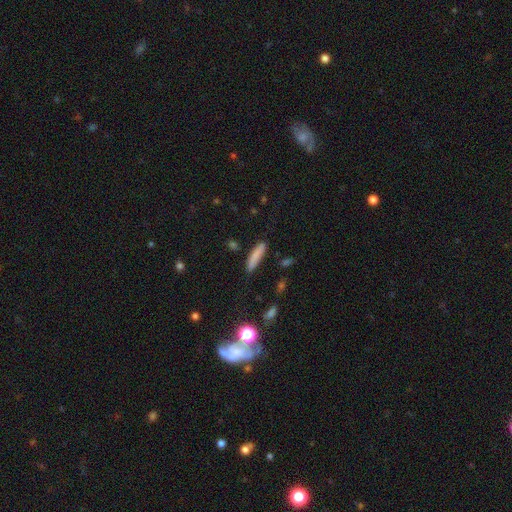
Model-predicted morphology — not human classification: type=smooth (83%); roundness=cigar-shaped (79%); merging=none (82%).